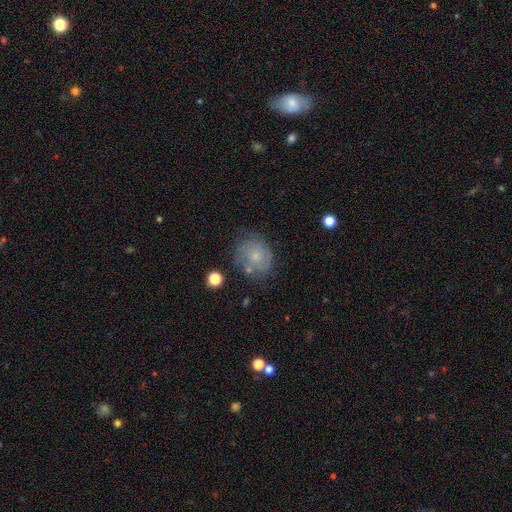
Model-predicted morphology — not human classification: Smooth or featured? featured or disk (48%)
Merging? none (65%)